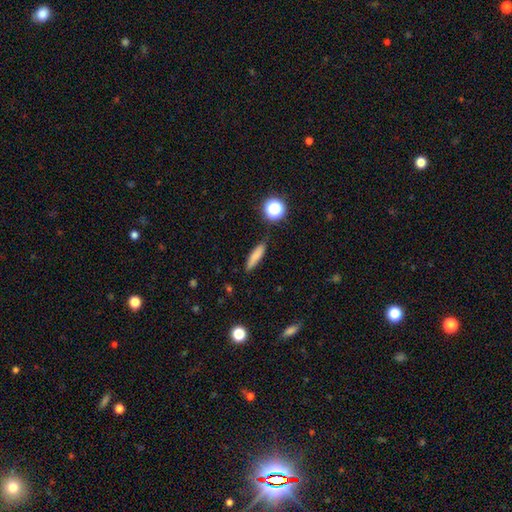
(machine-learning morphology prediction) Smooth or featured?
  - smooth: 80% *
  - star or artifact: 10%
  - featured or disk: 10%
How rounded?
  - cigar-shaped: 74% *
  - in between: 22%
  - round: 4%
Merging?
  - none: 83% *
  - minor disturbance: 12%
  - major disturbance: 3%
  - merger: 2%